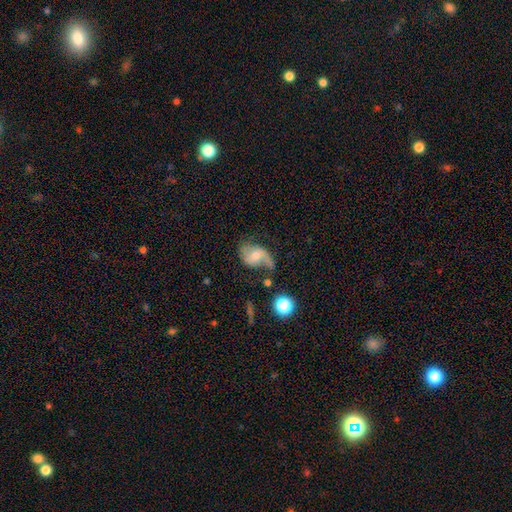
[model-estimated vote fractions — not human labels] smooth_or_featured: featured or disk (p=0.64) [alt: smooth p=0.28]
disk_edge_on: no (p=0.97) [alt: yes p=0.03]
bar: no (p=0.49) [alt: weak p=0.41]
has_spiral_arms: yes (p=0.86) [alt: no p=0.14]
spiral_winding: loose (p=0.65) [alt: medium p=0.27]
spiral_arm_count: 2 (p=0.74) [alt: 1 p=0.18]
bulge_size: moderate (p=0.48) [alt: small p=0.34]
merging: none (p=0.37) [alt: minor disturbance p=0.28]